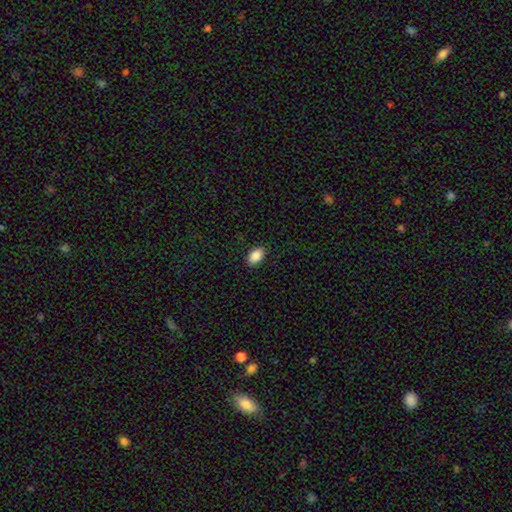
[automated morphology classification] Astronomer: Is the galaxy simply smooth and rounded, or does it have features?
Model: smooth — 89%.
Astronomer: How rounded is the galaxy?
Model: in between — 92%.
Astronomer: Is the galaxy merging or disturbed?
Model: none — 89%.